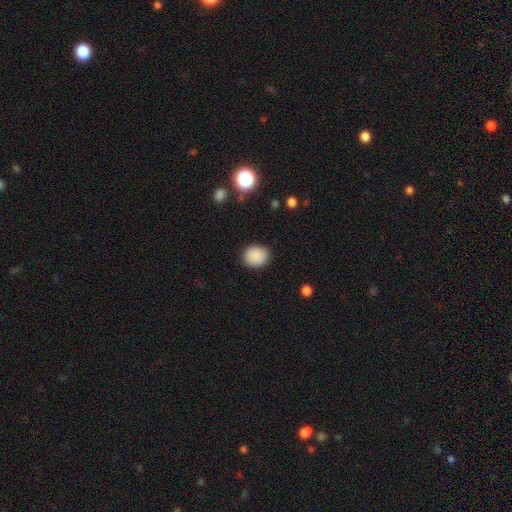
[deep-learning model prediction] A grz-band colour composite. It shows a smooth galaxy with no disk features (88%) that is round (72%). Merging: none (88%).